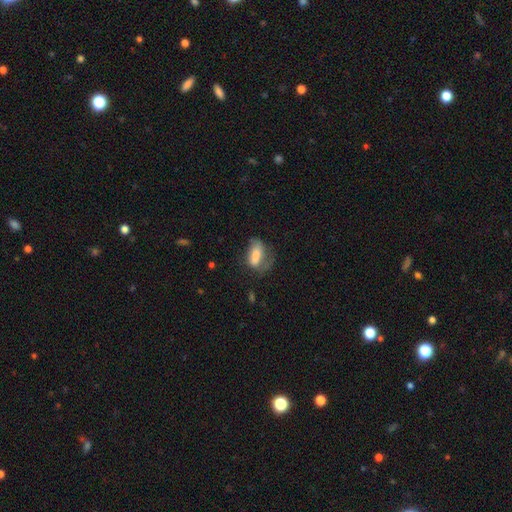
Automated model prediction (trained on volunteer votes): smooth 70%, featured or disk 22%, star or artifact 8%. Down the decision tree: how rounded — in between (81%); merging — none (37%).